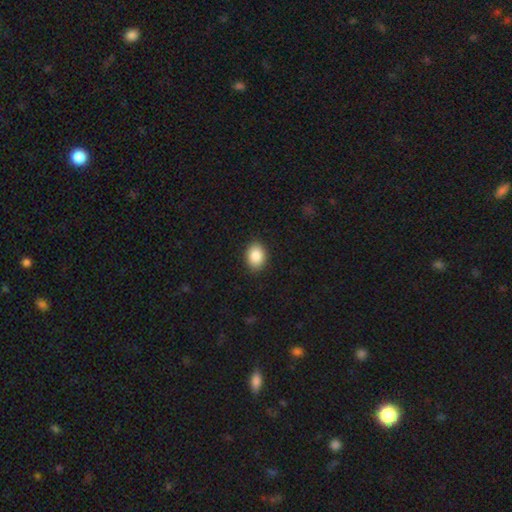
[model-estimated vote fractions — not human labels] Smooth or featured?
  - smooth: 88% *
  - star or artifact: 7%
  - featured or disk: 4%
How rounded?
  - in between: 71% *
  - round: 28%
  - cigar-shaped: 1%
Merging?
  - none: 90% *
  - minor disturbance: 8%
  - major disturbance: 2%
  - merger: 1%